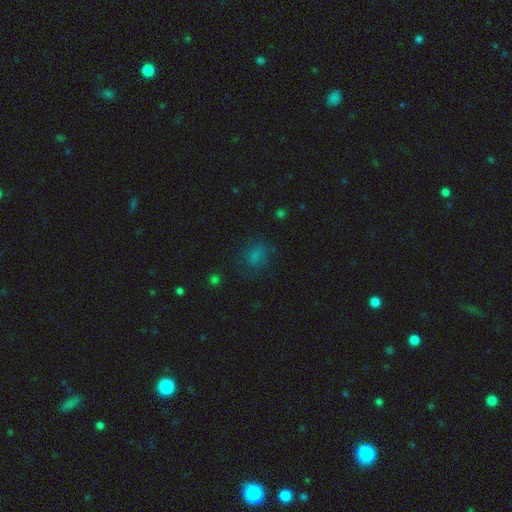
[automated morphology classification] Overall: smooth (68%). How rounded: in between (49%, tied with round). Merging: none (65%).